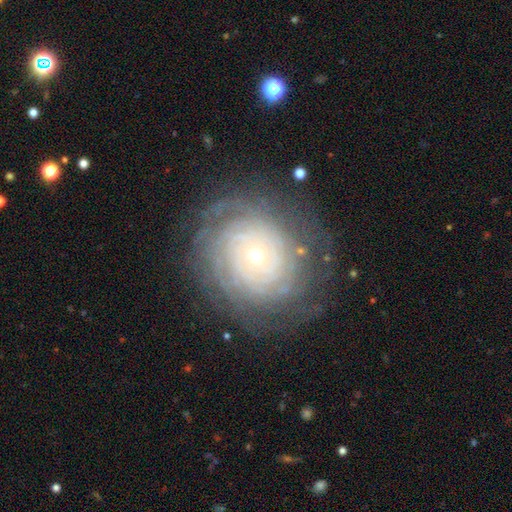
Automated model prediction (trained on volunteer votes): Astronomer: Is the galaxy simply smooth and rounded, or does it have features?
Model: featured or disk — 80%.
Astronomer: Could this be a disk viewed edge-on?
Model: no — 97%.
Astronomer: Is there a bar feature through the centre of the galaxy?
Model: no — 82%.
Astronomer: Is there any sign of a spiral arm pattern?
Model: yes — 92%.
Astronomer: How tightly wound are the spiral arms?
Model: tight — 86%.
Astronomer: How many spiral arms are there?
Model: can't tell — 43% (runner-up: more than 4, 19%).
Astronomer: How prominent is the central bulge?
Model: small — 76%.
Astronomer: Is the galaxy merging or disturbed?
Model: none — 79%.